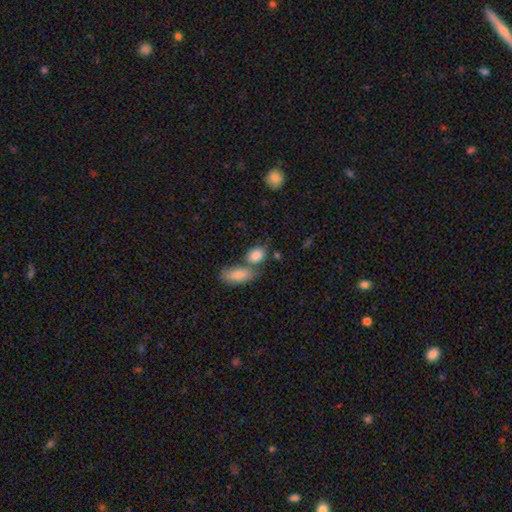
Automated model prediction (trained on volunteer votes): Q: Smooth or featured?
A: smooth (86%); runner-up: star or artifact (7%)
Q: How rounded?
A: in between (78%); runner-up: round (18%)
Q: Merging?
A: none (48%); runner-up: merger (36%)